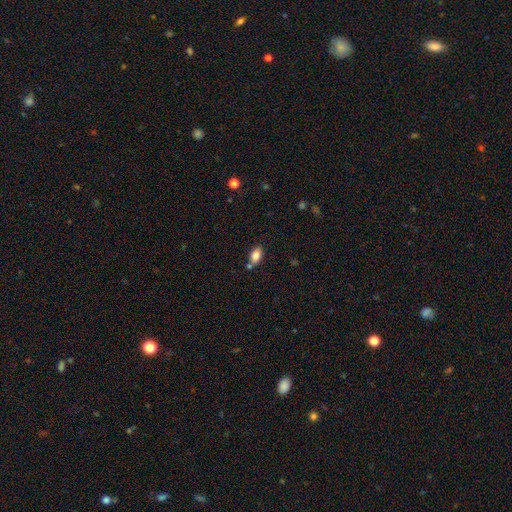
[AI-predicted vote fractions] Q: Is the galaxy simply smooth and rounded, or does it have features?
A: smooth — 83%.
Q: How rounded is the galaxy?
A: in between — 88%.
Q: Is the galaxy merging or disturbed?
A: none — 70%.